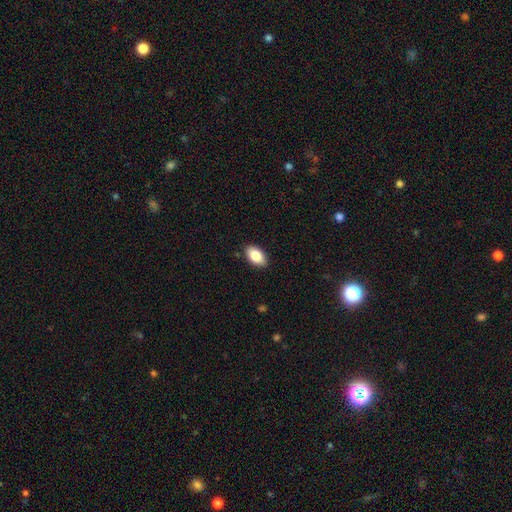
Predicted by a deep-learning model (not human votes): smooth-or-featured: smooth: 84% | featured or disk: 9% | star or artifact: 7%
  how-rounded: in between: 93% | round: 5% | cigar-shaped: 2%
  merging: none: 88% | minor disturbance: 9% | major disturbance: 2% | merger: 1%